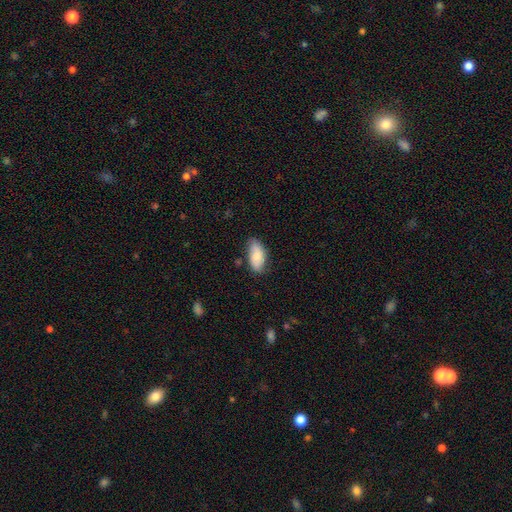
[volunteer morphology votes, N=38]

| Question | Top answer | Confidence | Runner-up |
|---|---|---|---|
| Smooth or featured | smooth | 87% | featured or disk (11%) |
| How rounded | in between | 97% | cigar-shaped (3%) |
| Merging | none | 70% | minor disturbance (22%) |